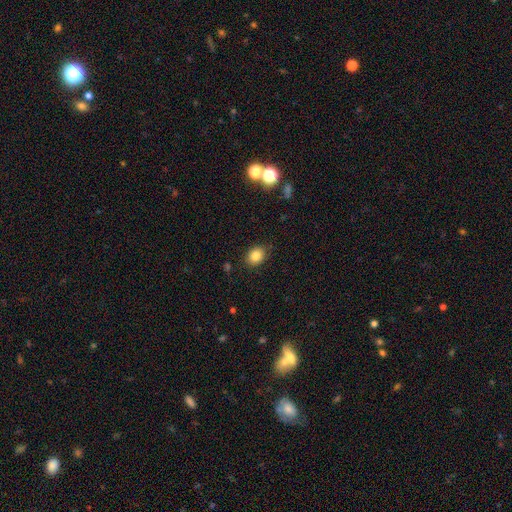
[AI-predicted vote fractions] Smooth or featured? smooth (83%)
How rounded? in between (52%)
Merging? none (84%)